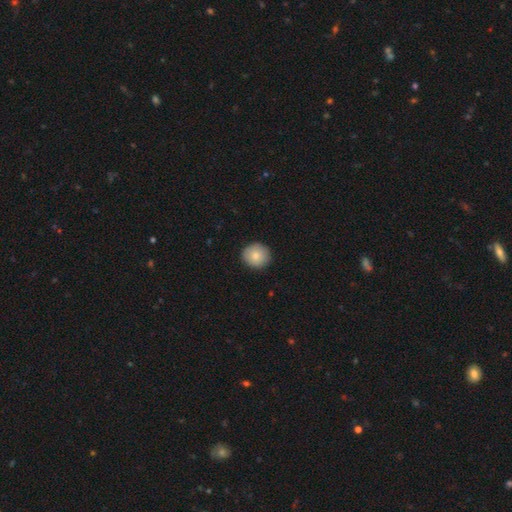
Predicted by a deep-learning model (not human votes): Smooth or featured?
  - smooth: 83% *
  - featured or disk: 10%
  - star or artifact: 7%
How rounded?
  - round: 89% *
  - in between: 10%
  - cigar-shaped: 1%
Merging?
  - none: 90% *
  - minor disturbance: 7%
  - major disturbance: 2%
  - merger: 1%